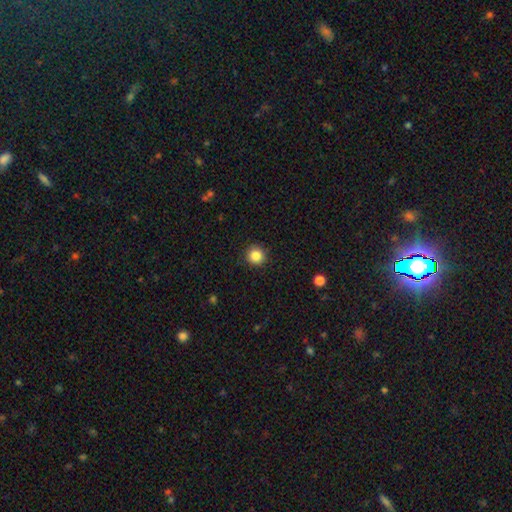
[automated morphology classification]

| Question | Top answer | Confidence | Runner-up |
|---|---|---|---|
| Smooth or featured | smooth | 85% | star or artifact (11%) |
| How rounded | round | 94% | in between (5%) |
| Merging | none | 91% | minor disturbance (6%) |